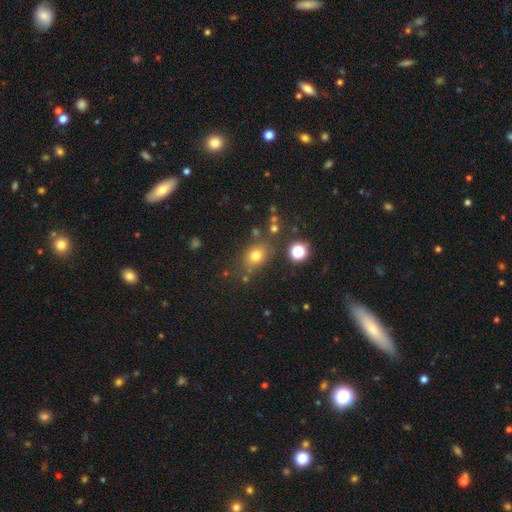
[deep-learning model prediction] smooth-or-featured: smooth: 74% | star or artifact: 17% | featured or disk: 10%
  how-rounded: in between: 52% | round: 46% | cigar-shaped: 1%
  merging: none: 74% | minor disturbance: 14% | merger: 7% | major disturbance: 5%